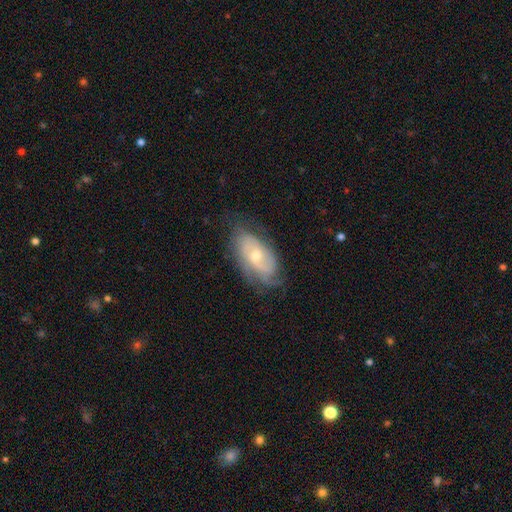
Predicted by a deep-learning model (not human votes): This is likely a featured or disk galaxy (70%). It is clearly not viewed edge-on (92%). Bar: likely no (60%). Spiral arm pattern: clearly yes (84%). Spiral arm count: marginally can't tell (43%). Spiral winding: possibly tight (49%). Central bulge: possibly moderate (53%). Merging: likely none (67%).